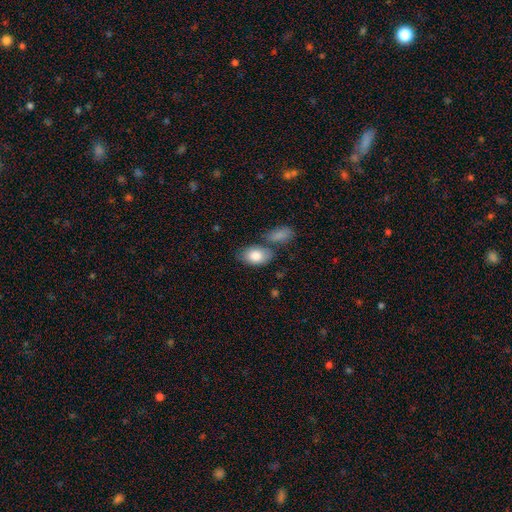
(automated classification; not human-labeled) This is clearly a smooth galaxy (83%). How rounded: clearly in between (90%). Merging: likely none (61%).